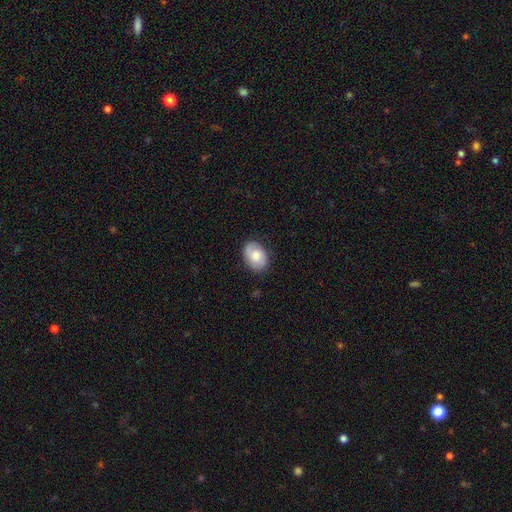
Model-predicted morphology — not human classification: type=smooth (65%); roundness=in between (77%); merging=none (79%).